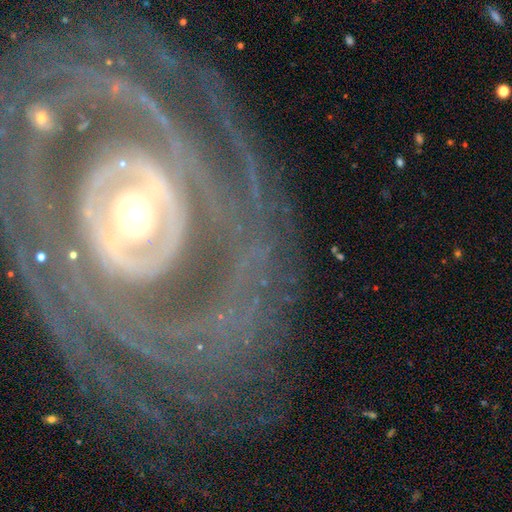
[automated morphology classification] This appears to be a featured or disk galaxy (88%) with no bar (39%), tight (74%) spiral arms (91%) and a moderate central bulge (57%). Merging: none (75%).